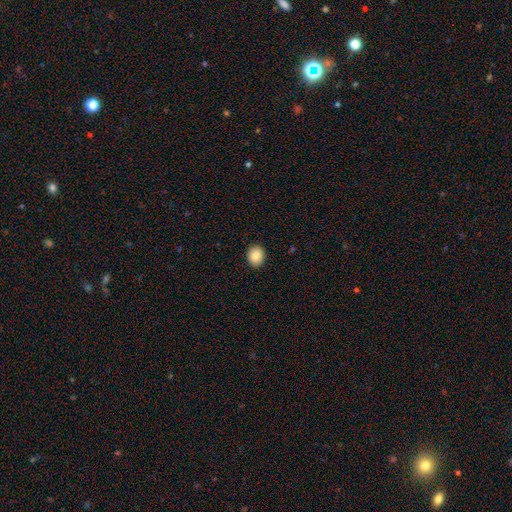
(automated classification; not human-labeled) Smooth or featured? Predicted: smooth (p=0.87). How rounded? Predicted: round (p=0.63). Merging? Predicted: none (p=0.91).